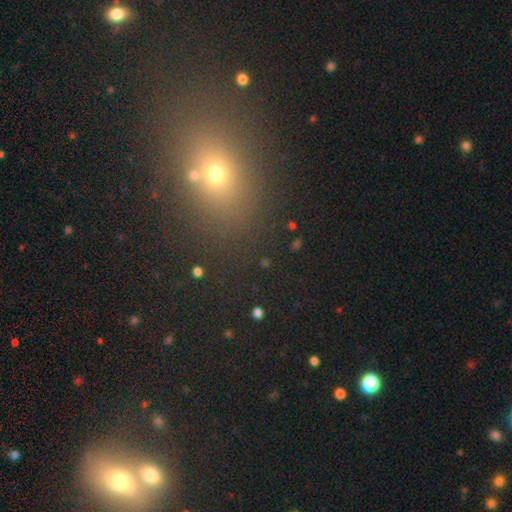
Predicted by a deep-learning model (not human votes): Morphology: type=smooth (44%, tied with star or artifact); merging=none (75%).